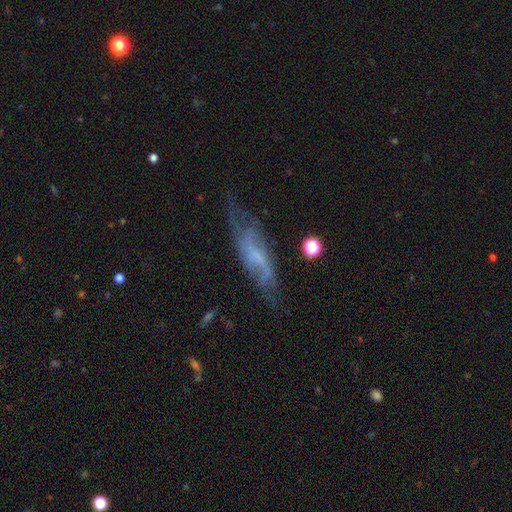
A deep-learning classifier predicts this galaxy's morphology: smooth-or-featured: featured or disk: 60% | smooth: 30% | star or artifact: 10%
  disk-edge-on: no: 71% | yes: 29%
  merging: none: 55% | minor disturbance: 26% | major disturbance: 15% | merger: 3%